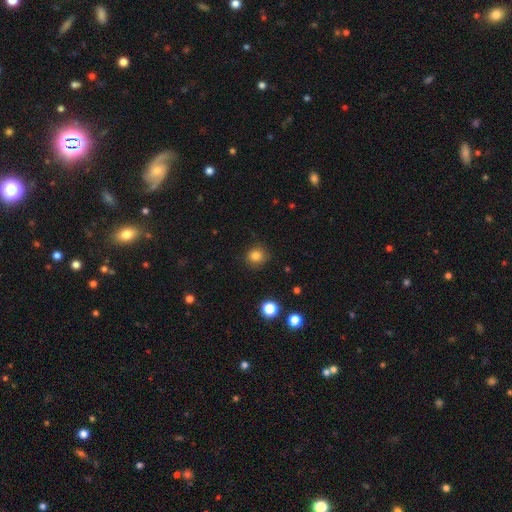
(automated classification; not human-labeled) This appears to be a smooth galaxy with no disk features (83%) that is round (83%). Merging: none (81%).